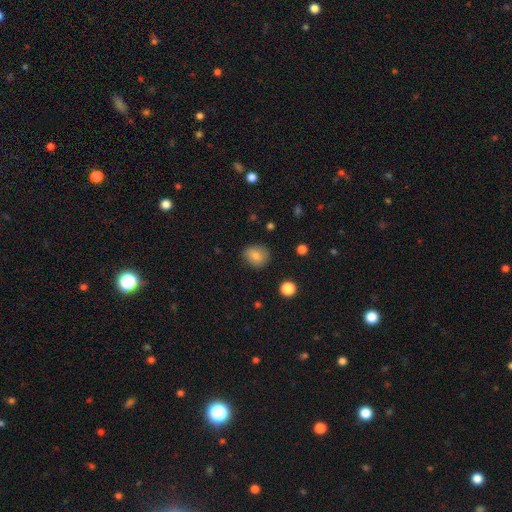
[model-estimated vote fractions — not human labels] Smooth or featured?
  - smooth: 81% *
  - star or artifact: 10%
  - featured or disk: 9%
How rounded?
  - round: 71% *
  - in between: 28%
  - cigar-shaped: 1%
Merging?
  - none: 80% *
  - minor disturbance: 15%
  - major disturbance: 4%
  - merger: 1%